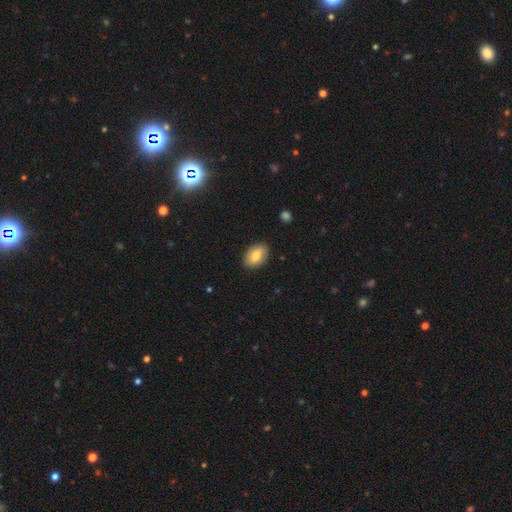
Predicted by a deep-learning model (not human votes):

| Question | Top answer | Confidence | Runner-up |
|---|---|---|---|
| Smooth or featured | smooth | 76% | featured or disk (17%) |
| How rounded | in between | 90% | round (9%) |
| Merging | none | 86% | minor disturbance (11%) |